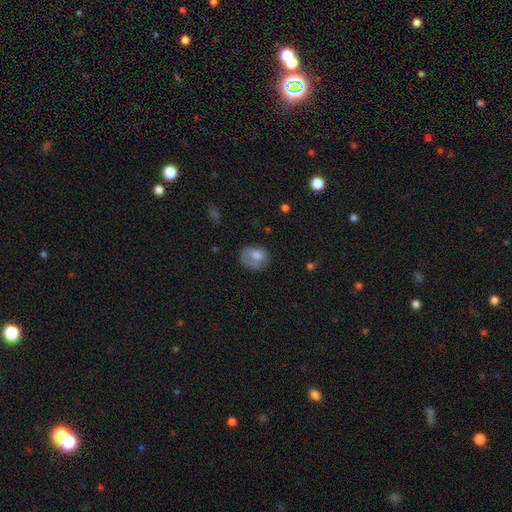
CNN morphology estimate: smooth_or_featured: smooth (p=0.71) [alt: featured or disk p=0.20]
how_rounded: round (p=0.57) [alt: in between p=0.42]
merging: none (p=0.55) [alt: minor disturbance p=0.26]